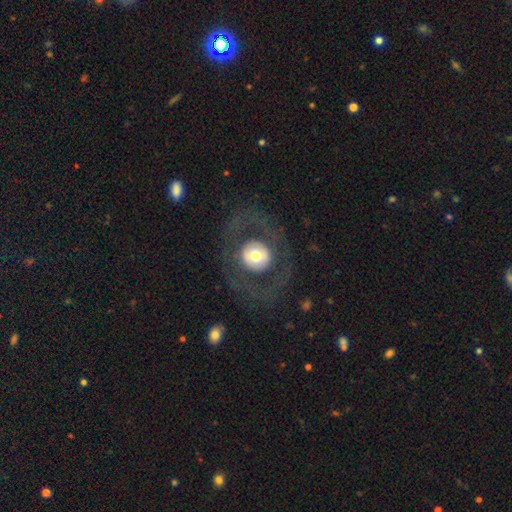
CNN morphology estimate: smooth-or-featured: featured or disk: 48% | smooth: 44% | star or artifact: 8%
  merging: none: 76% | major disturbance: 14% | minor disturbance: 9% | merger: 1%